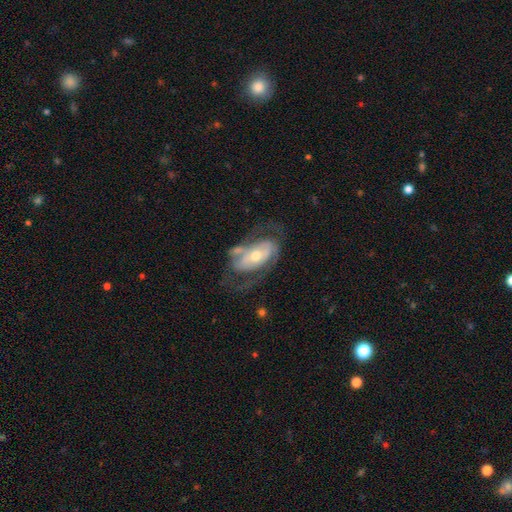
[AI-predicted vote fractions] featured or disk 73%, smooth 21%, star or artifact 6%. Down the decision tree: edge-on disk — no (92%); bar — no (51%); spiral arms — yes (69%); bulge size — moderate (56%); merging — none (46%).